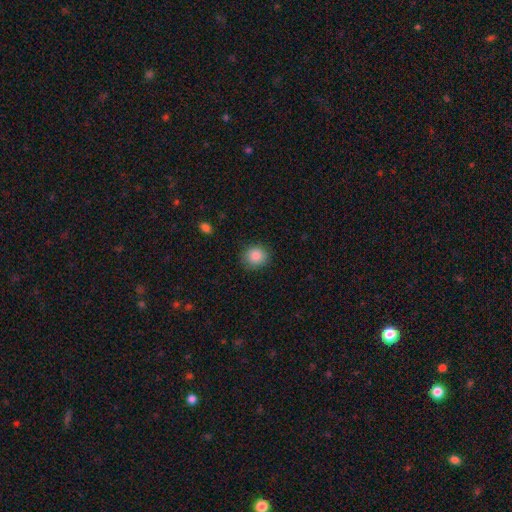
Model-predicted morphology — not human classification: smooth_or_featured: smooth (p=0.86) [alt: star or artifact p=0.09]
how_rounded: round (p=0.85) [alt: in between p=0.14]
merging: none (p=0.88) [alt: minor disturbance p=0.09]